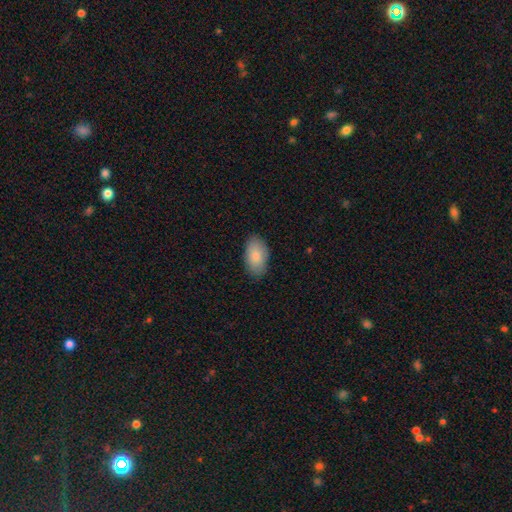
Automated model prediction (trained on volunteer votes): smooth 86%, featured or disk 8%, star or artifact 6%. Down the decision tree: how rounded — in between (95%); merging — none (85%).